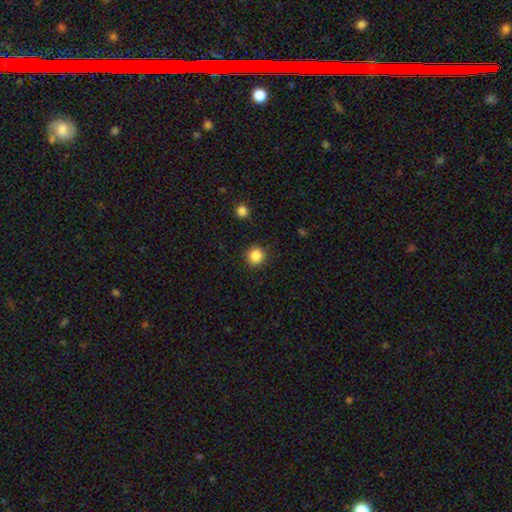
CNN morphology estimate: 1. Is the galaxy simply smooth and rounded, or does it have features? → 85% smooth, 11% star or artifact, 4% featured or disk.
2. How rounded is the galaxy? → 93% round, 6% in between, 1% cigar-shaped.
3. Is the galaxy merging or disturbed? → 90% none, 7% minor disturbance, 2% major disturbance, 1% merger.